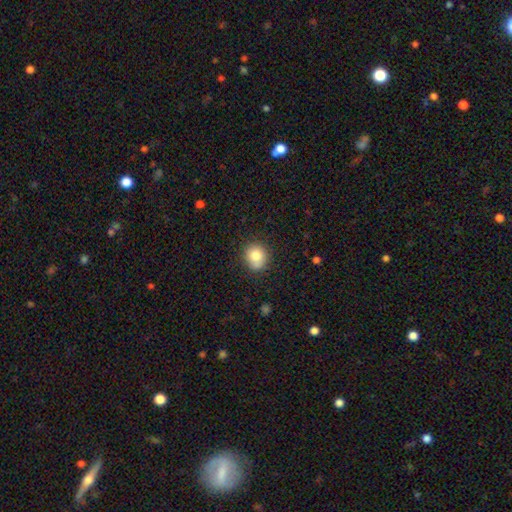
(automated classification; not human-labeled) This appears to be a smooth galaxy with no disk features (81%) that is round (82%). Merging: none (77%).